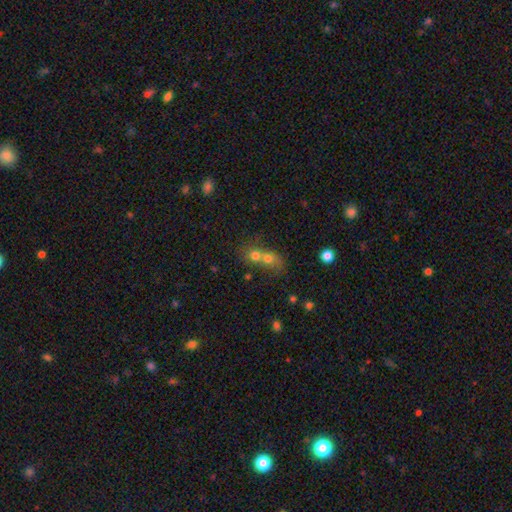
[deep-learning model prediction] Q: Smooth or featured?
A: smooth (67%); runner-up: featured or disk (19%)
Q: How rounded?
A: round (67%); runner-up: in between (31%)
Q: Merging?
A: merger (72%); runner-up: none (19%)